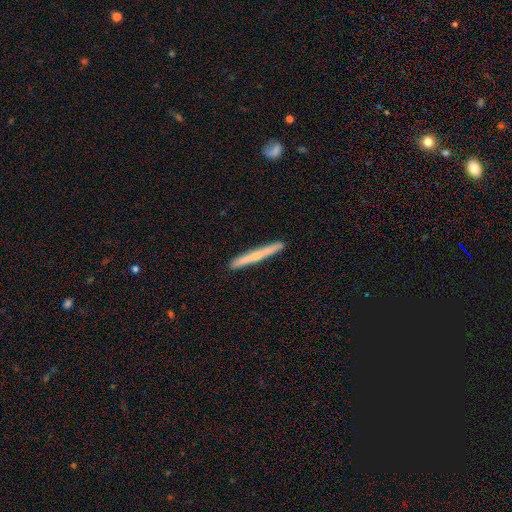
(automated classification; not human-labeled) smooth-or-featured: featured or disk: 56% | smooth: 38% | star or artifact: 6%
  disk-edge-on: yes: 97% | no: 3%
    edge-on-bulge: rounded: 67% | none: 30% | boxy: 3%
  merging: none: 91% | minor disturbance: 6% | major disturbance: 1% | merger: 1%